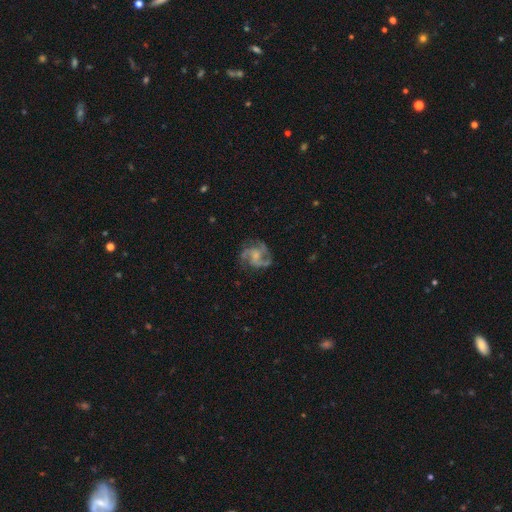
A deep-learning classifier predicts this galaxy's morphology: Smooth or featured: featured or disk — 84% (smooth — 10%)
Edge-on disk: no — 98% (yes — 2%)
Bar: no — 65% (weak — 29%)
Spiral arms: yes — 96% (no — 4%)
Spiral winding: medium — 57% (tight — 24%)
Spiral arm count: 3 — 55% (2 — 19%)
Bulge size: small — 56% (moderate — 28%)
Merging: none — 70% (minor disturbance — 17%)